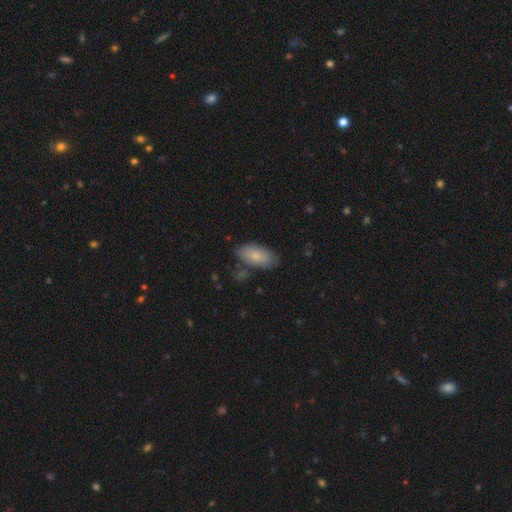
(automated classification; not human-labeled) Smooth or featured: smooth — 82% (featured or disk — 12%)
How rounded: in between — 92% (cigar-shaped — 6%)
Merging: none — 77% (minor disturbance — 15%)